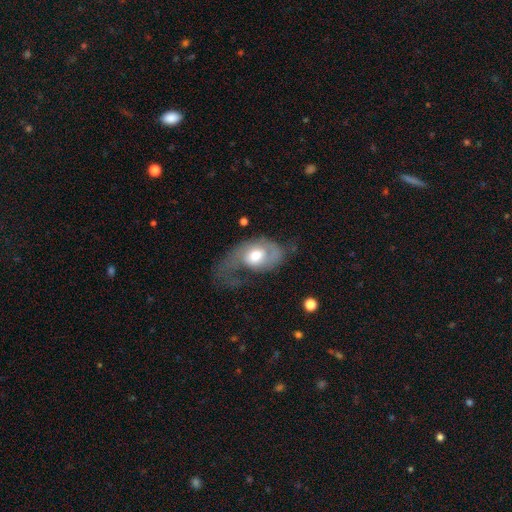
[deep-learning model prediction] The model was most divided on "merging": major disturbance: 53%, none: 23%, minor disturbance: 21%, merger: 3%. More confident: edge-on disk — no (95%); spiral arms — yes (78%); bulge size — moderate (63%); bar — no (63%); smooth or featured — featured or disk (62%).